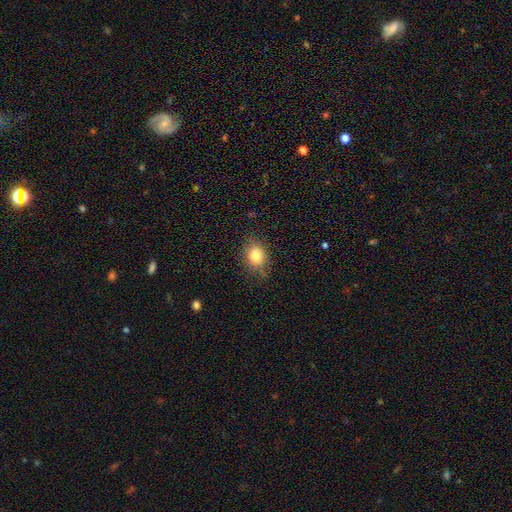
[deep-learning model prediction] smooth_or_featured: smooth (p=0.81) [alt: star or artifact p=0.11]
how_rounded: in between (p=0.54) [alt: round p=0.45]
merging: none (p=0.78) [alt: minor disturbance p=0.16]